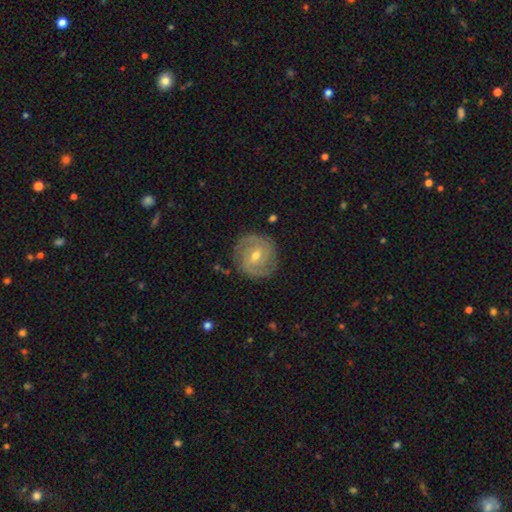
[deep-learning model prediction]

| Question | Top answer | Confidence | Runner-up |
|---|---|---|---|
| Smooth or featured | featured or disk | 83% | smooth (11%) |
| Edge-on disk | no | 97% | yes (3%) |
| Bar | weak | 51% | no (30%) |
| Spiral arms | yes | 94% | no (6%) |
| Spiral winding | tight | 64% | medium (30%) |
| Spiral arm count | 2 | 70% | can't tell (12%) |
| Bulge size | moderate | 59% | small (38%) |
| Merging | none | 84% | minor disturbance (12%) |